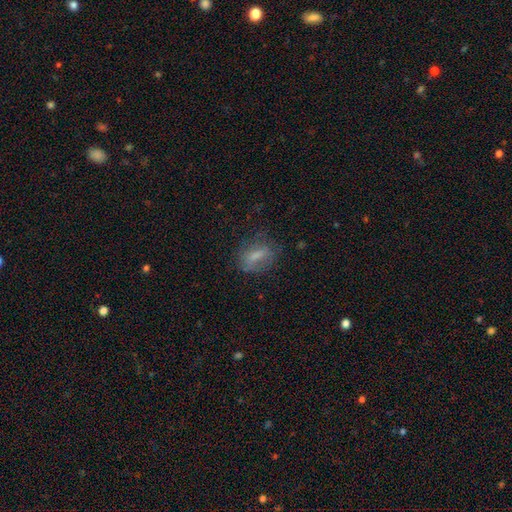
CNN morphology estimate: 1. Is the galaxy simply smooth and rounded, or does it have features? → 63% smooth, 27% featured or disk, 10% star or artifact.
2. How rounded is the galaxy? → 69% in between, 16% round, 16% cigar-shaped.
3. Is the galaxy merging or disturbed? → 64% none, 22% minor disturbance, 12% major disturbance, 2% merger.